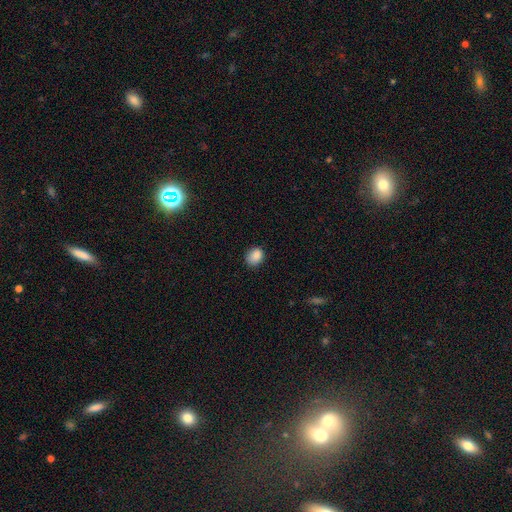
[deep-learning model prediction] Smooth or featured?
  - smooth: 86% *
  - star or artifact: 10%
  - featured or disk: 4%
How rounded?
  - round: 53% *
  - in between: 46%
  - cigar-shaped: 1%
Merging?
  - none: 77% *
  - minor disturbance: 18%
  - major disturbance: 3%
  - merger: 1%